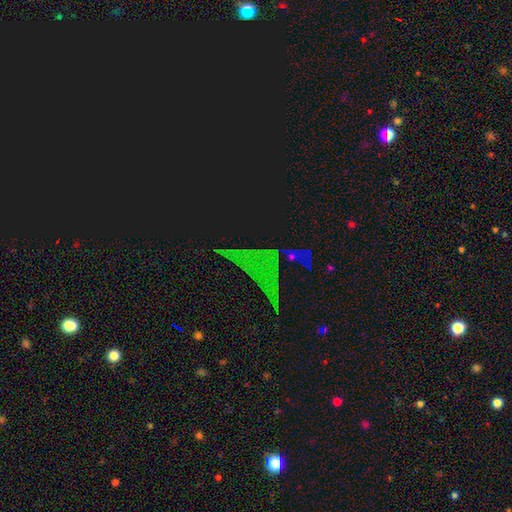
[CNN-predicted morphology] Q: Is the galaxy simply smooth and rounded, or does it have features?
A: star or artifact — 76%.